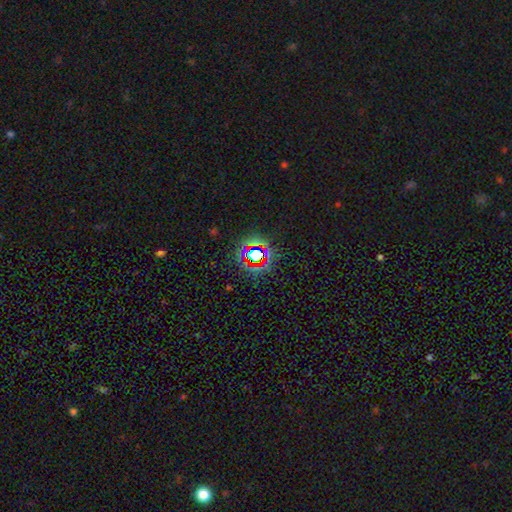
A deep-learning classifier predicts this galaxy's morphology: star or artifact 68%, smooth 21%, featured or disk 11%.